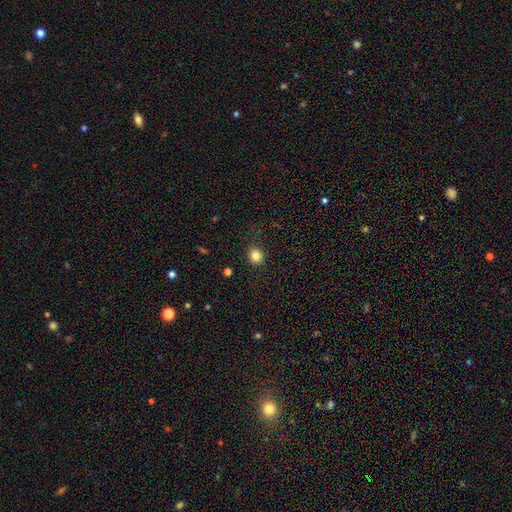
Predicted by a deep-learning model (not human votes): This is clearly a smooth galaxy (83%). How rounded: clearly round (81%). Merging: clearly none (88%).